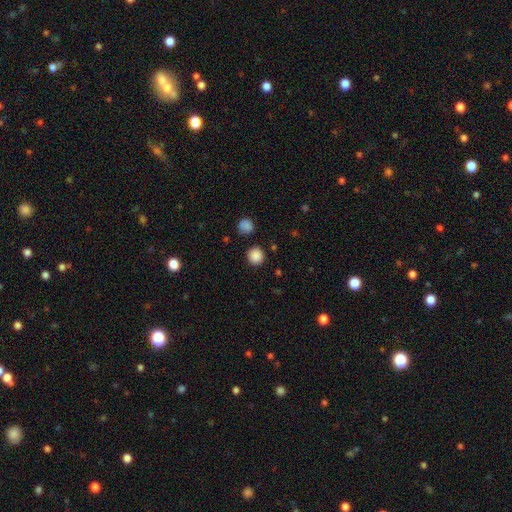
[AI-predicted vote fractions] A smooth galaxy with no disk features (86%) that is round (93%). Merging: none (89%).